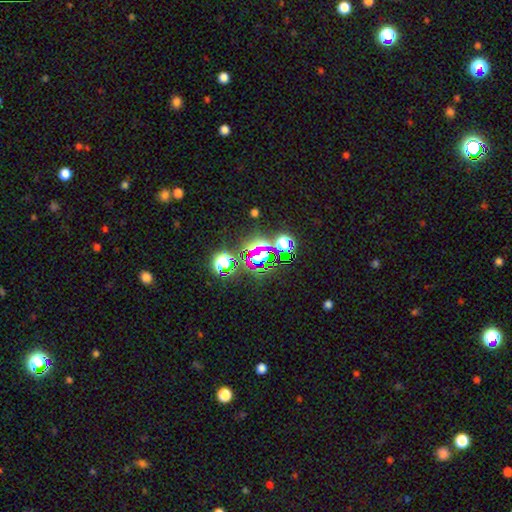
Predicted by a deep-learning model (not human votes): The model was most divided on "smooth or featured": star or artifact: 75%, smooth: 16%, featured or disk: 10%.